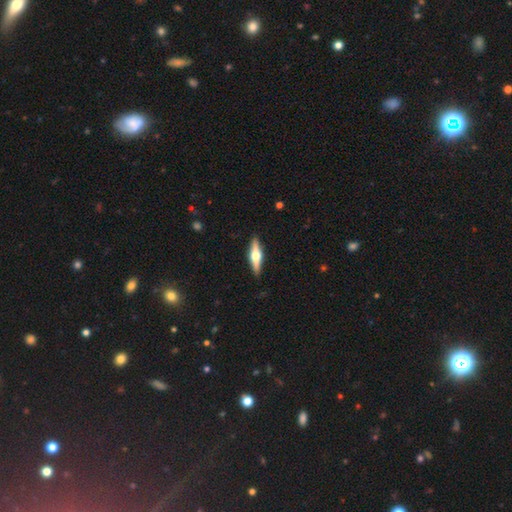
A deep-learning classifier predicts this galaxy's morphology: This is likely a featured or disk galaxy (67%). It is clearly viewed edge-on (97%). Edge-on bulge: clearly rounded (95%). Merging: clearly none (90%).